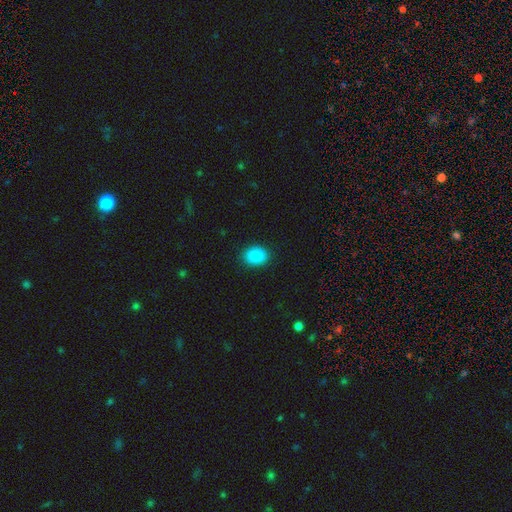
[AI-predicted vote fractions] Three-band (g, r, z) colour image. It shows a smooth galaxy with no disk features (89%) that is in between round and cigar-shaped (65%). Merging: none (88%).